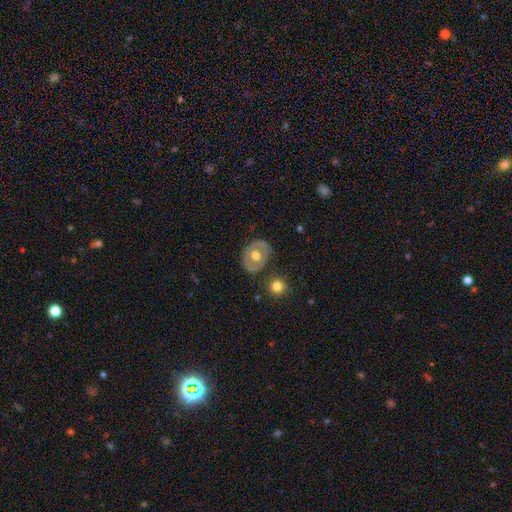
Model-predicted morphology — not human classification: Smooth or featured?
  - featured or disk: 51% *
  - smooth: 43%
  - star or artifact: 6%
Edge-on disk?
  - no: 93% *
  - yes: 7%
Merging?
  - none: 78% *
  - minor disturbance: 14%
  - major disturbance: 5%
  - merger: 3%